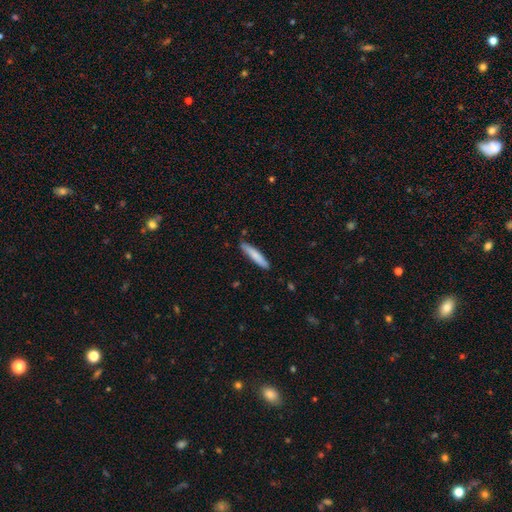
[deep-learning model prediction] A smooth galaxy with no disk features (79%) that is cigar-shaped (90%).

Vote fractions:
- Smooth or featured? smooth: 79% / featured or disk: 15% / star or artifact: 6%
- How rounded? cigar-shaped: 90% / in between: 9% / round: 1%
- Merging? none: 86% / minor disturbance: 11% / major disturbance: 2% / merger: 2%